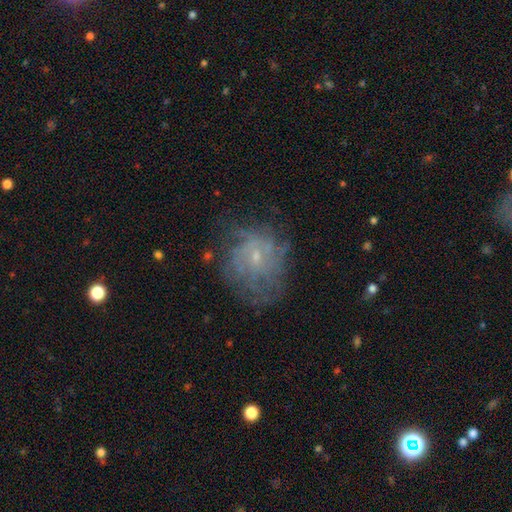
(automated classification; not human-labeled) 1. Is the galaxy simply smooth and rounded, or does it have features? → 63% featured or disk, 23% smooth, 13% star or artifact.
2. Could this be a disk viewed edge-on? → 97% no, 3% yes.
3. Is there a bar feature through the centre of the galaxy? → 70% no, 26% weak, 4% strong.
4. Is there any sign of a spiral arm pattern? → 71% yes, 29% no.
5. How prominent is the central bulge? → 76% small, 16% moderate, 6% none, 1% large, 1% dominant.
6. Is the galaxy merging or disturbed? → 62% none, 21% minor disturbance, 16% major disturbance, 2% merger.